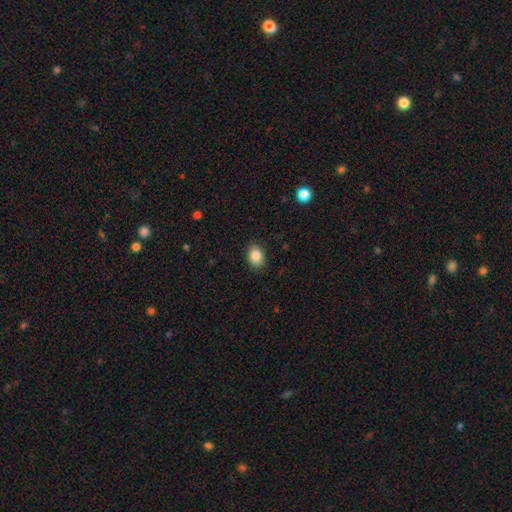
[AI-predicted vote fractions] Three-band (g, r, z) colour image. It shows a smooth galaxy with no disk features (86%) that is in between round and cigar-shaped (72%). Merging: none (87%).